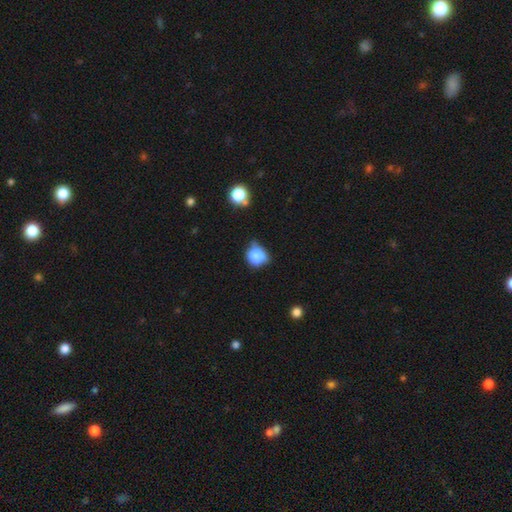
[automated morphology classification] Smooth or featured?
  - smooth: 75% *
  - featured or disk: 14%
  - star or artifact: 11%
How rounded?
  - round: 70% *
  - in between: 29%
  - cigar-shaped: 1%
Merging?
  - none: 42% *
  - minor disturbance: 39%
  - major disturbance: 12%
  - merger: 8%